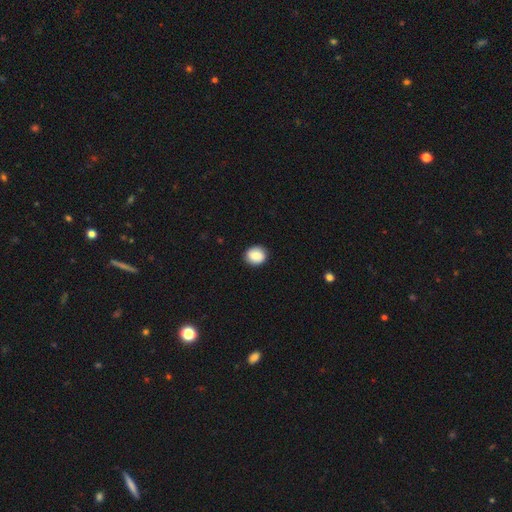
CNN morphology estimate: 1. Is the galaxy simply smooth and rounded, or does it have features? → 84% smooth, 8% featured or disk, 8% star or artifact.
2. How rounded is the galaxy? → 75% round, 24% in between, 1% cigar-shaped.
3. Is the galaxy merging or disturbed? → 88% none, 9% minor disturbance, 2% major disturbance, 1% merger.